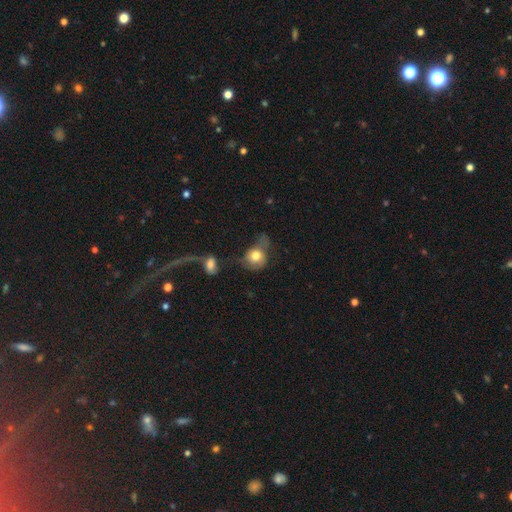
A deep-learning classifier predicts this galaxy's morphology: Smooth or featured? Predicted: smooth (p=0.71). How rounded? Predicted: round (p=0.64). Merging? Predicted: major disturbance (p=0.35).